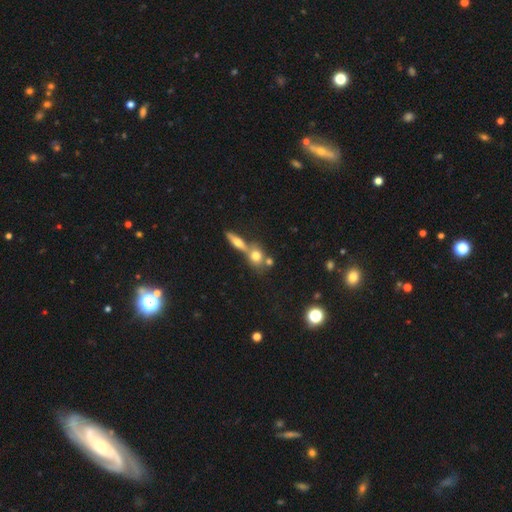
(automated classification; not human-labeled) This is likely a smooth galaxy (68%). How rounded: likely round (63%). Merging: possibly merger (48%).